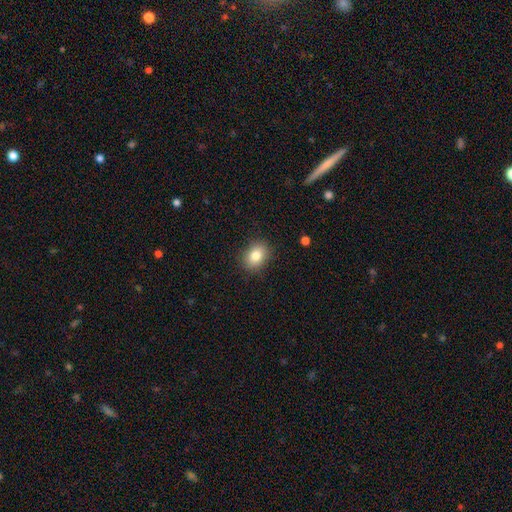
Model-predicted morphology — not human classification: Smooth or featured? Predicted: smooth (p=0.82). How rounded? Predicted: in between (p=0.63). Merging? Predicted: none (p=0.87).